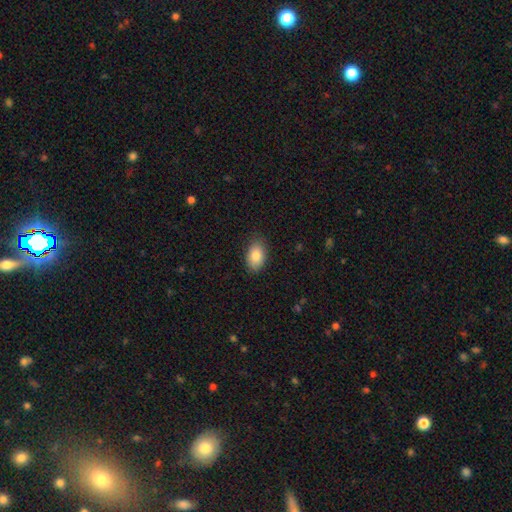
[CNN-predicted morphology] Smooth or featured: smooth — 84% (featured or disk — 8%)
How rounded: in between — 90% (round — 8%)
Merging: none — 84% (minor disturbance — 13%)